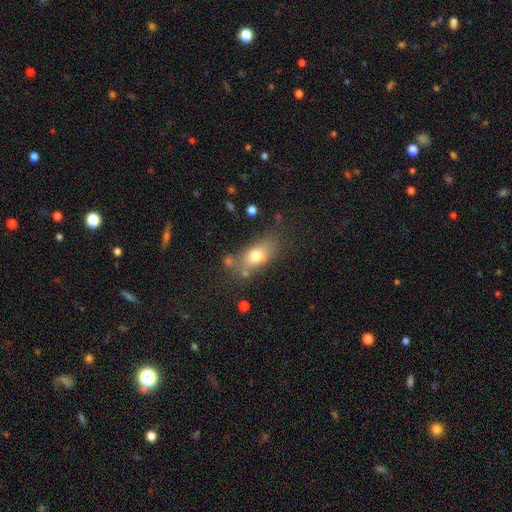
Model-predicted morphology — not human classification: A smooth galaxy with no disk features (73%) that is in between round and cigar-shaped (76%).

Vote fractions:
- Smooth or featured? smooth: 73% / featured or disk: 17% / star or artifact: 10%
- How rounded? in between: 76% / round: 14% / cigar-shaped: 11%
- Merging? none: 62% / minor disturbance: 20% / merger: 10% / major disturbance: 9%